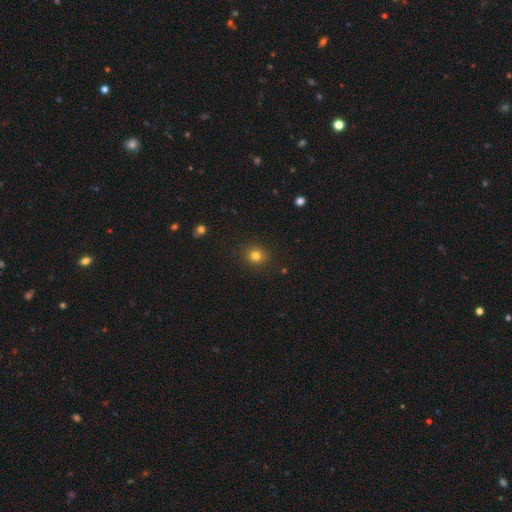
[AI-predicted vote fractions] Smooth or featured: smooth — 80% (star or artifact — 14%)
How rounded: round — 85% (in between — 14%)
Merging: none — 89% (minor disturbance — 7%)